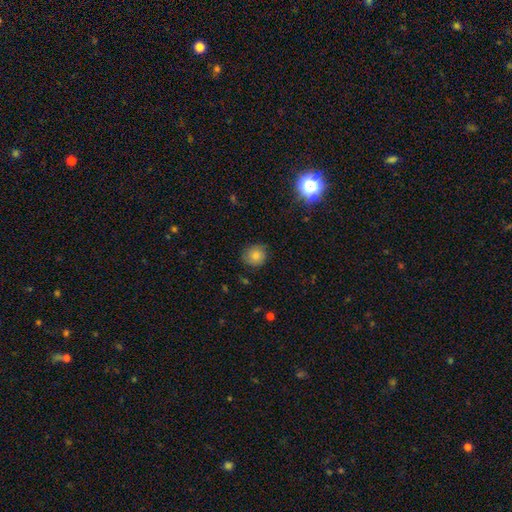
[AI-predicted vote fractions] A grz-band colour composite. It shows a smooth galaxy with no disk features (80%) that is round (87%). Merging: none (80%).